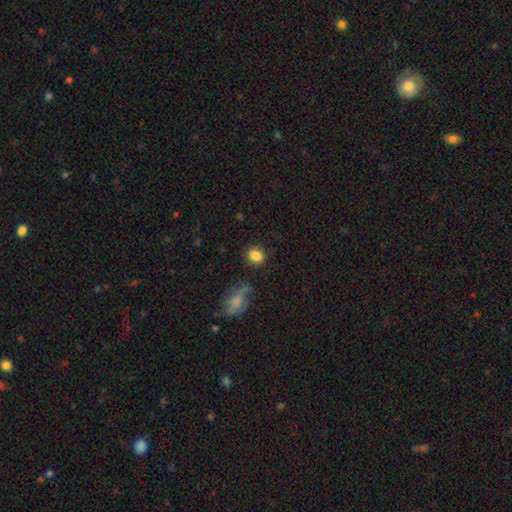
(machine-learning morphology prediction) This appears to be a smooth galaxy with no disk features (85%) that is round (58%). Merging: none (80%).